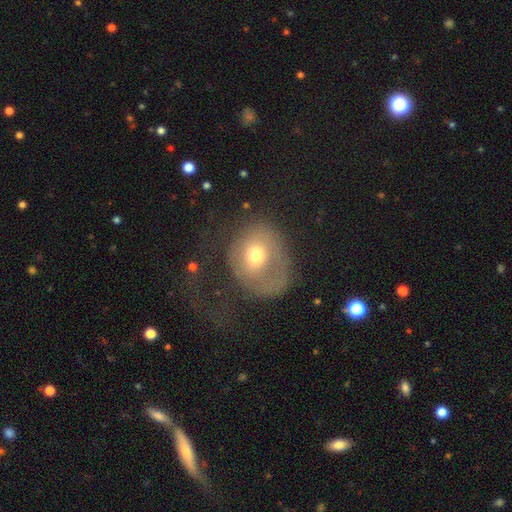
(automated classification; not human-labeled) Smooth or featured? Predicted: smooth (p=0.54). How rounded? Predicted: round (p=0.61). Merging? Predicted: major disturbance (p=0.53).